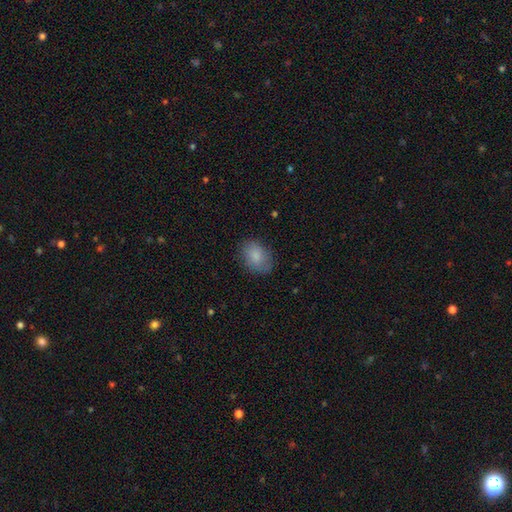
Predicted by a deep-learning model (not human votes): The model was most divided on "how rounded": in between: 75%, round: 24%, cigar-shaped: 1%. More confident: smooth or featured — smooth (85%); merging — none (80%).